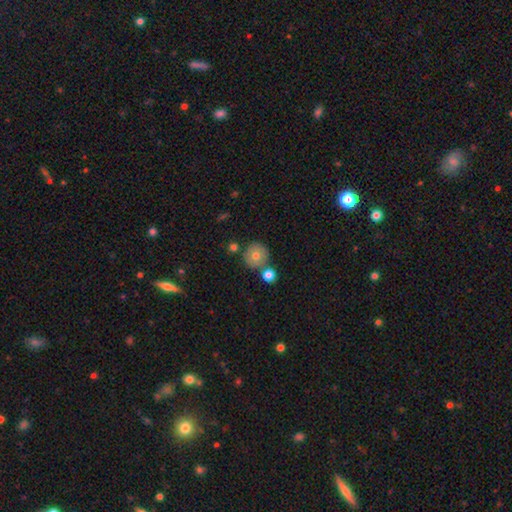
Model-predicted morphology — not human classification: smooth_or_featured: smooth (p=0.70) [alt: featured or disk p=0.20]
how_rounded: round (p=0.92) [alt: in between p=0.07]
merging: none (p=0.69) [alt: merger p=0.18]